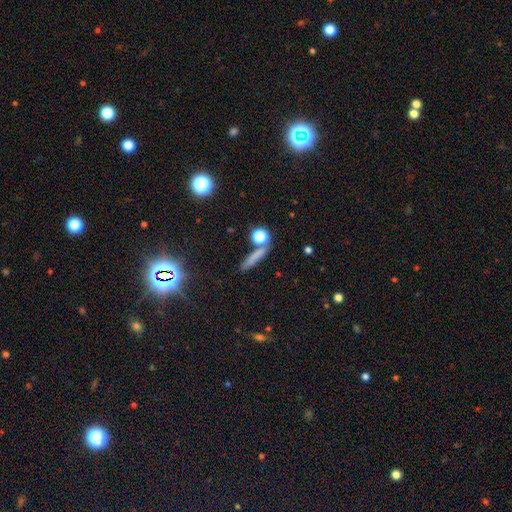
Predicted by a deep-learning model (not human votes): Overall: smooth (69%). How rounded: cigar-shaped (73%). Merging: none (73%).